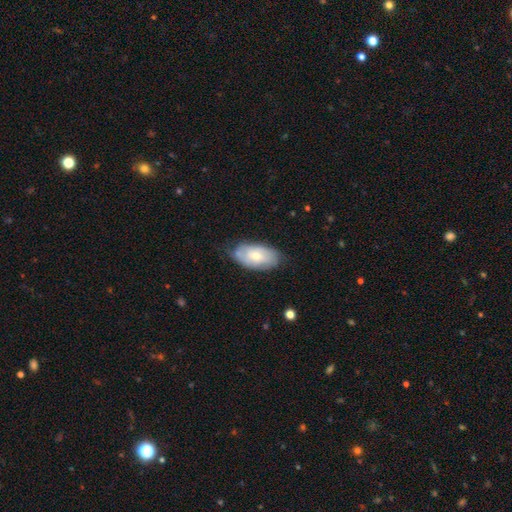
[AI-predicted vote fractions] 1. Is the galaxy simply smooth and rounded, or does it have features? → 60% smooth, 34% featured or disk, 6% star or artifact.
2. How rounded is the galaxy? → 94% in between, 4% round, 2% cigar-shaped.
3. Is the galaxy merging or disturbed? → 67% none, 26% minor disturbance, 5% major disturbance, 2% merger.